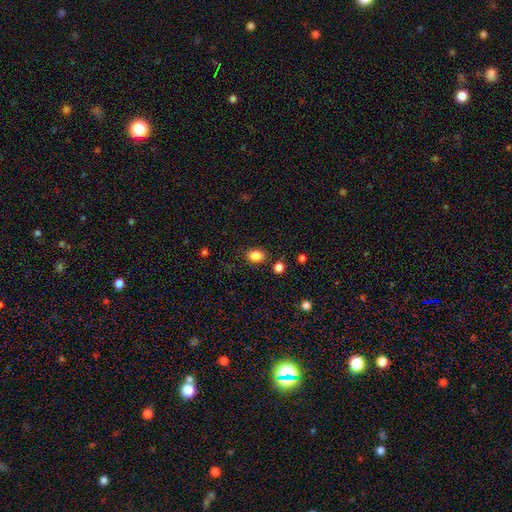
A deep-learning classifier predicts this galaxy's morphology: smooth_or_featured: smooth (p=0.86) [alt: star or artifact p=0.10]
how_rounded: in between (p=0.70) [alt: round p=0.29]
merging: none (p=0.82) [alt: minor disturbance p=0.11]